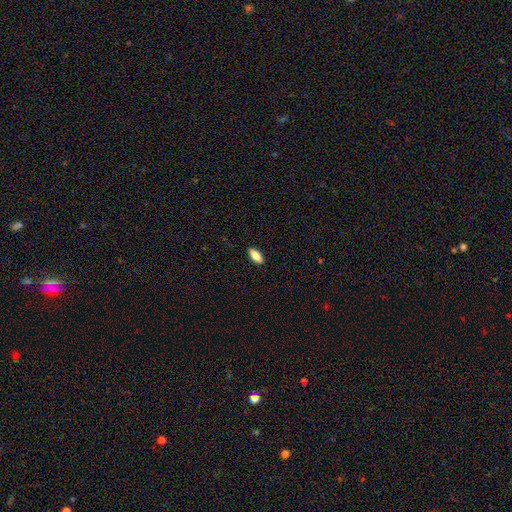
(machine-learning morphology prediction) type=smooth (80%); roundness=in between (81%); merging=none (90%).